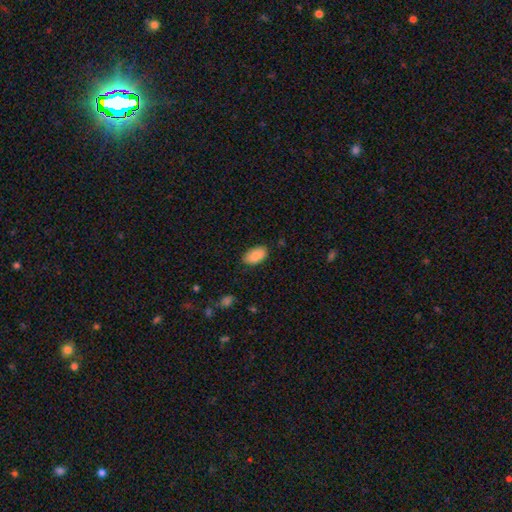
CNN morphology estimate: Smooth or featured? Predicted: smooth (p=0.89). How rounded? Predicted: in between (p=0.95). Merging? Predicted: none (p=0.84).